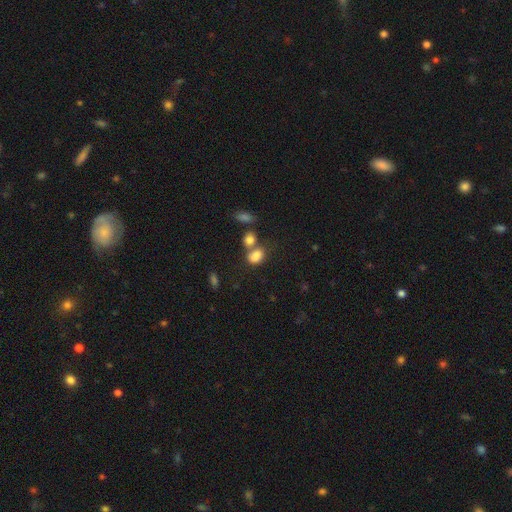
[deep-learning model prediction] Smooth or featured?
  - smooth: 81% *
  - star or artifact: 11%
  - featured or disk: 8%
How rounded?
  - in between: 75% *
  - round: 23%
  - cigar-shaped: 2%
Merging?
  - merger: 43% *
  - none: 37%
  - minor disturbance: 13%
  - major disturbance: 7%